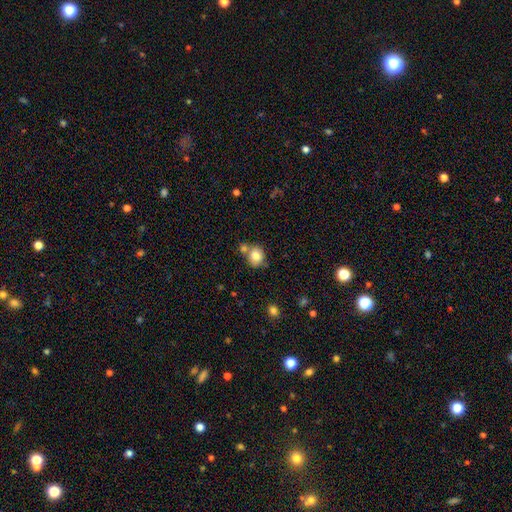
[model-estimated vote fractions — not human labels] Smooth or featured? smooth (81%)
How rounded? round (75%)
Merging? none (57%)